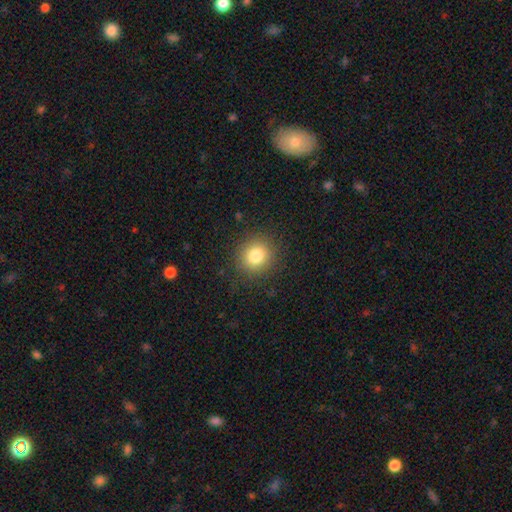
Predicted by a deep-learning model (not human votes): Smooth or featured? Predicted: smooth (p=0.81). How rounded? Predicted: round (p=0.86). Merging? Predicted: none (p=0.88).